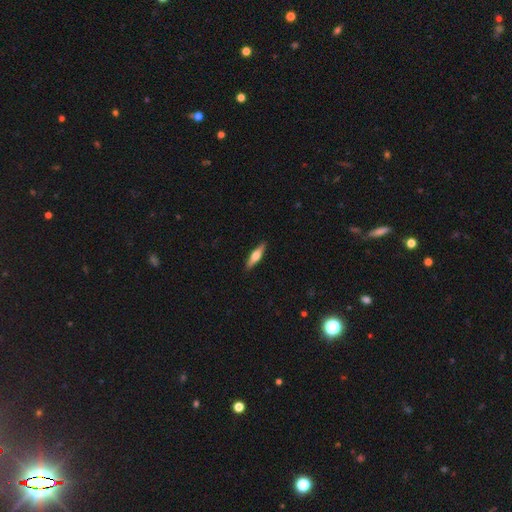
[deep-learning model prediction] Q: Smooth or featured?
A: smooth (49%); runner-up: featured or disk (46%)
Q: Merging?
A: none (91%); runner-up: minor disturbance (7%)